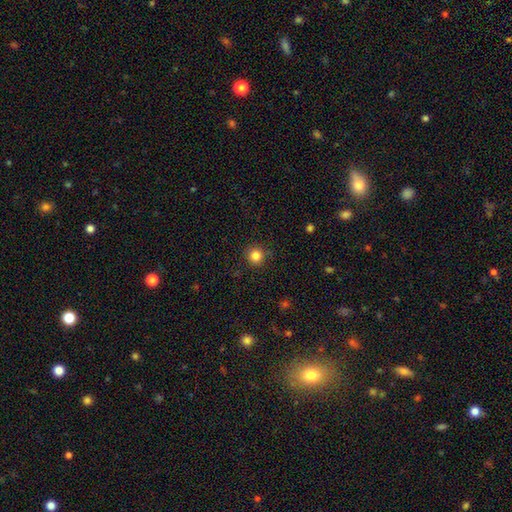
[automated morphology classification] Smooth or featured: smooth — 84% (star or artifact — 12%)
How rounded: round — 95% (in between — 5%)
Merging: none — 90% (minor disturbance — 6%)